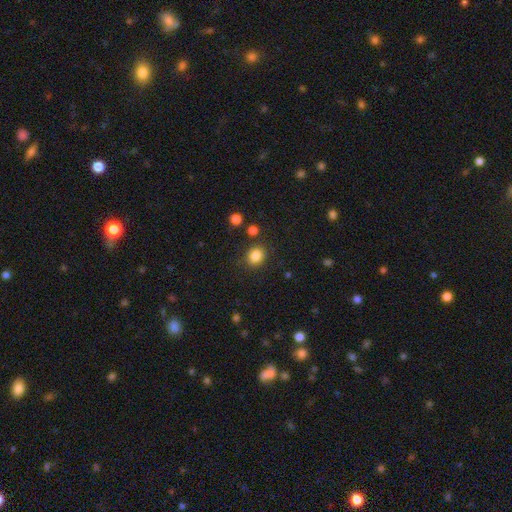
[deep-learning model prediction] Smooth or featured? Predicted: smooth (p=0.84). How rounded? Predicted: round (p=0.74). Merging? Predicted: none (p=0.86).